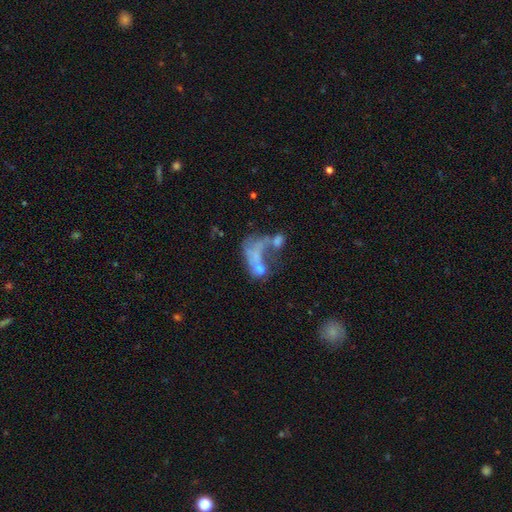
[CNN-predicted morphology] type=featured or disk (51%); edge-on=no (97%); merging=merger (43%).